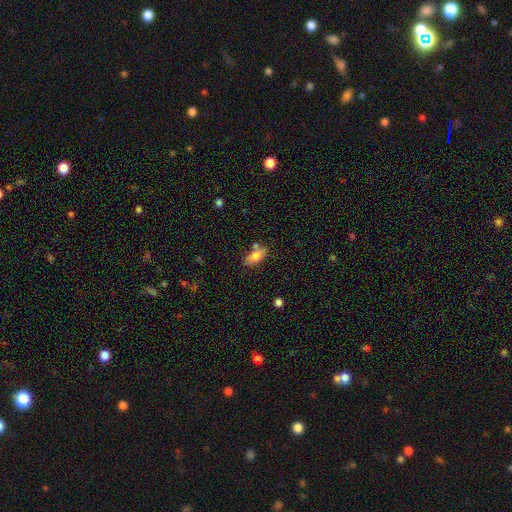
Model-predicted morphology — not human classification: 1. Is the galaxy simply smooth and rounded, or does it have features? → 74% smooth, 19% featured or disk, 8% star or artifact.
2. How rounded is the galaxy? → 83% in between, 14% cigar-shaped, 3% round.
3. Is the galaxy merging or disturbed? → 68% none, 17% minor disturbance, 12% merger, 4% major disturbance.